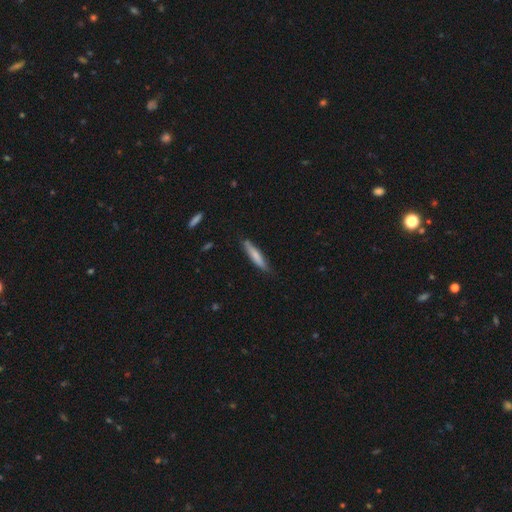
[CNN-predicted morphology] Q: Smooth or featured?
A: smooth (70%); runner-up: featured or disk (25%)
Q: How rounded?
A: cigar-shaped (88%); runner-up: in between (10%)
Q: Merging?
A: none (77%); runner-up: minor disturbance (19%)